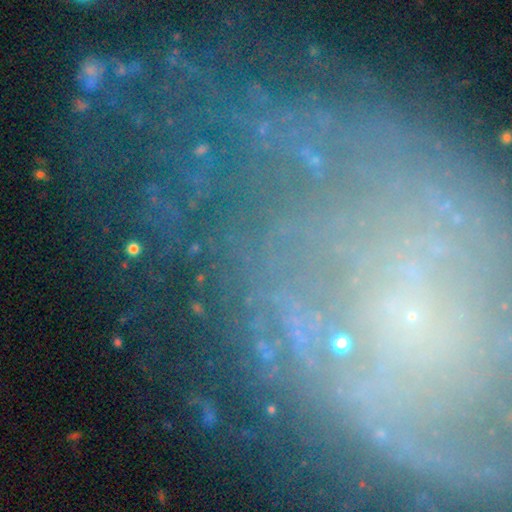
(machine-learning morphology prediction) Overall: featured or disk (51%; star or artifact 32%). Edge-on disk: no (92%). Merging: none (67%).